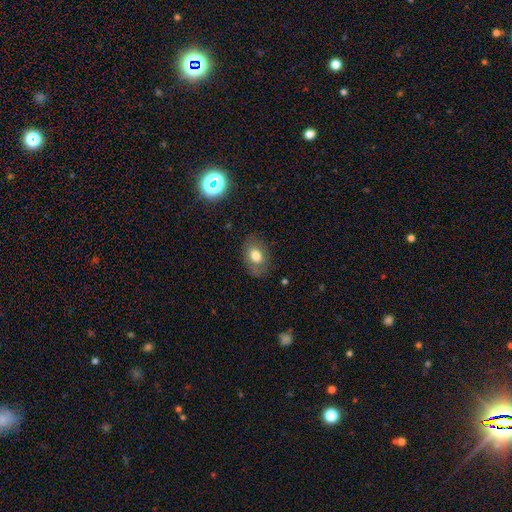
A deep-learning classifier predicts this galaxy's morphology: type=smooth (73%); roundness=in between (74%); merging=none (76%).